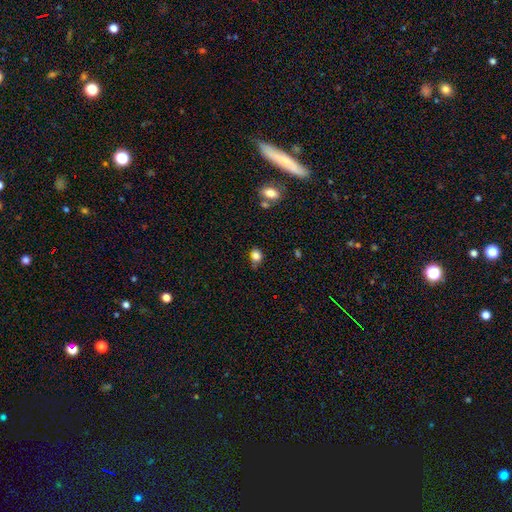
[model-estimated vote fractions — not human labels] This is clearly a smooth galaxy (83%). How rounded: possibly in between (55%). Merging: likely none (65%).